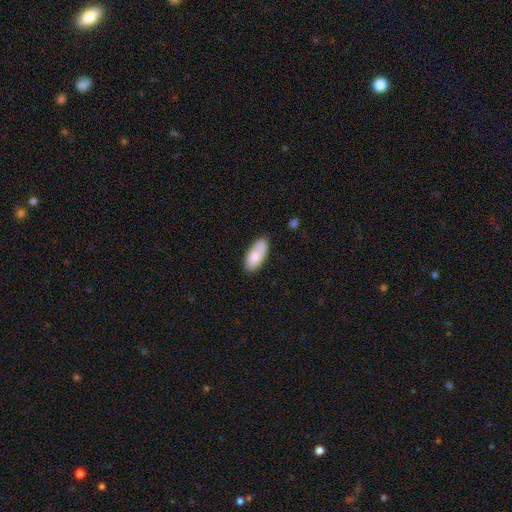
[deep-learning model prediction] smooth 79%, featured or disk 15%, star or artifact 6%. Down the decision tree: how rounded — in between (90%); merging — none (73%).